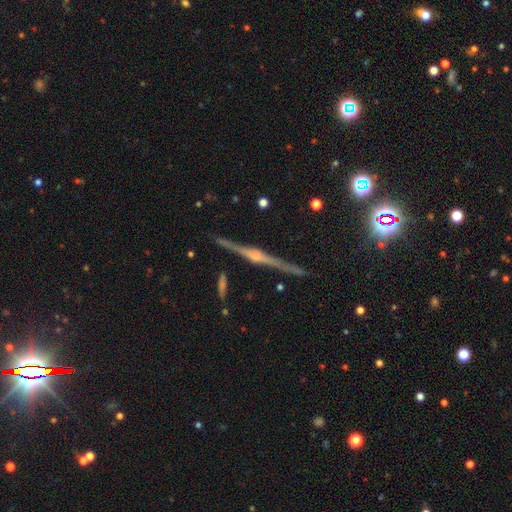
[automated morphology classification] Q: Smooth or featured?
A: featured or disk (86%); runner-up: smooth (7%)
Q: Edge-on disk?
A: yes (98%); runner-up: no (2%)
Q: Edge-on bulge?
A: rounded (75%); runner-up: boxy (18%)
Q: Merging?
A: none (90%); runner-up: minor disturbance (7%)